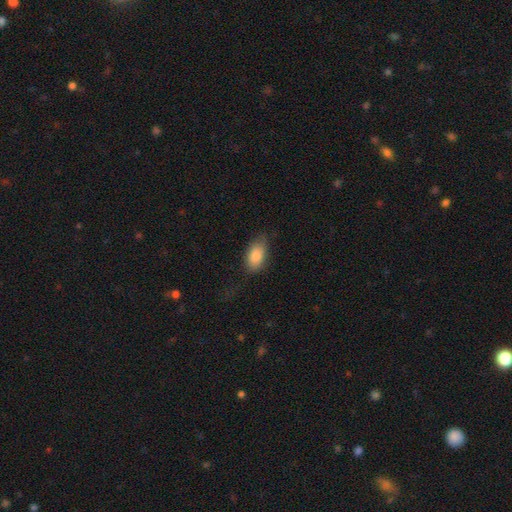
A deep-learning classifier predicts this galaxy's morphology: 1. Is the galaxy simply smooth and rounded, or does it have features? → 85% smooth, 7% featured or disk, 7% star or artifact.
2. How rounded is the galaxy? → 90% in between, 7% round, 3% cigar-shaped.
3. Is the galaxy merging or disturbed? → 64% none, 25% minor disturbance, 9% major disturbance, 1% merger.